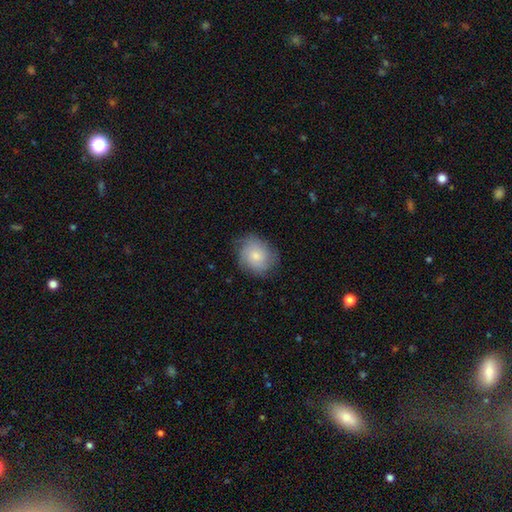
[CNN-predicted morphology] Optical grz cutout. It shows a smooth galaxy with no disk features (67%) that is round (69%). Merging: none (72%).